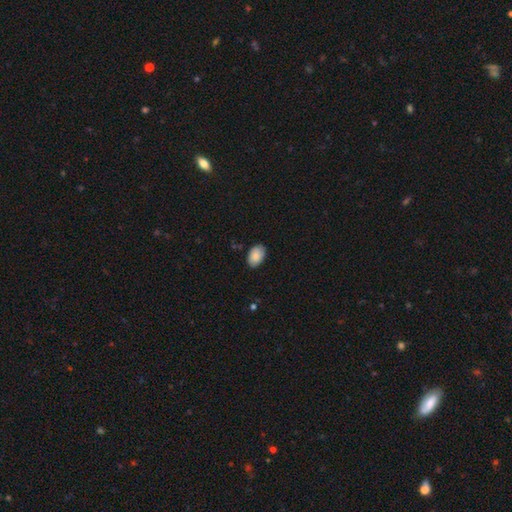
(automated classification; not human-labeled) Morphology: type=smooth (86%); roundness=in between (91%); merging=none (84%).